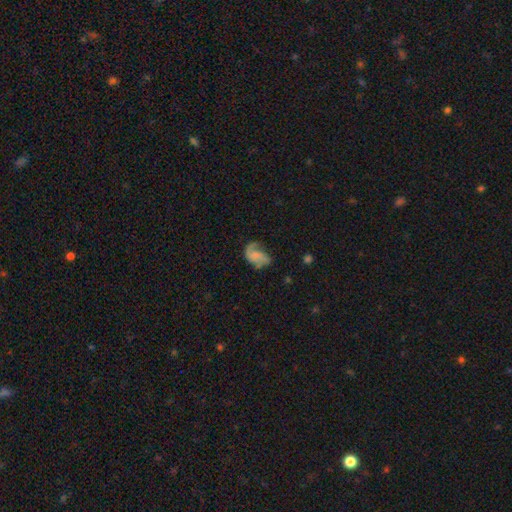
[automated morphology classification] Smooth or featured?
  - featured or disk: 51% *
  - smooth: 39%
  - star or artifact: 10%
Edge-on disk?
  - no: 97% *
  - yes: 3%
Bar?
  - no: 70% *
  - weak: 24%
  - strong: 5%
Spiral arms?
  - yes: 79% *
  - no: 21%
Bulge size?
  - none: 55% *
  - small: 27%
  - moderate: 12%
  - large: 4%
  - dominant: 2%
Merging?
  - none: 36% *
  - major disturbance: 33%
  - minor disturbance: 27%
  - merger: 4%